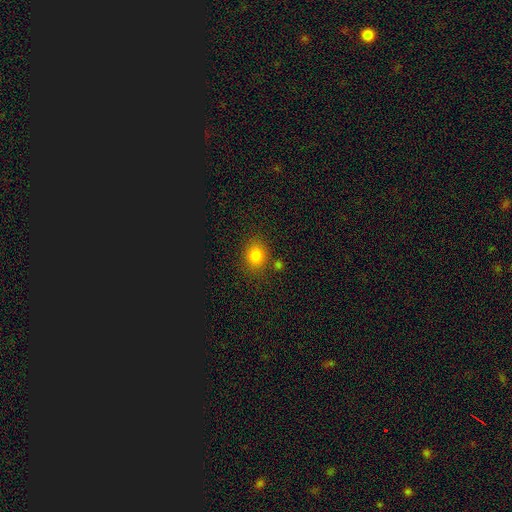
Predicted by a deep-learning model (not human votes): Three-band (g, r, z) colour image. It shows a smooth galaxy with no disk features (80%) that is round (63%). Merging: none (78%).